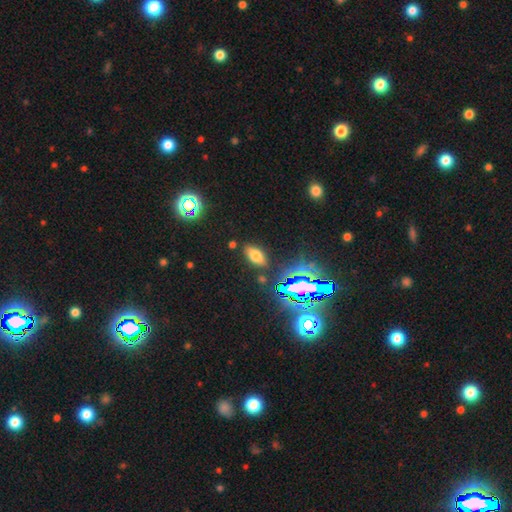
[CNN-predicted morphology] A smooth galaxy with no disk features (63%) that is in between round and cigar-shaped (87%).

Vote fractions:
- Smooth or featured? smooth: 63% / star or artifact: 27% / featured or disk: 10%
- How rounded? in between: 87% / round: 7% / cigar-shaped: 6%
- Merging? none: 84% / minor disturbance: 10% / merger: 3% / major disturbance: 3%